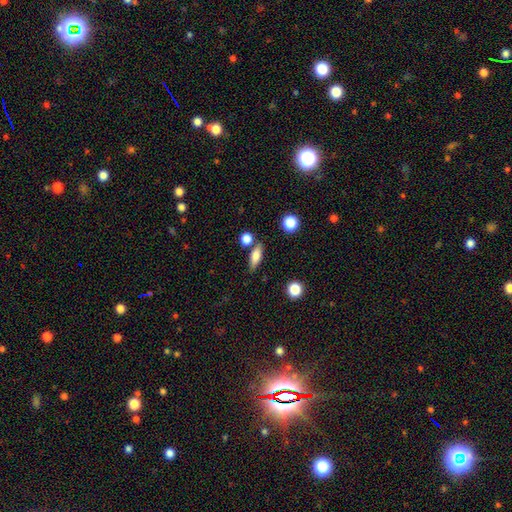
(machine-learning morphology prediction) A smooth galaxy with no disk features (69%) that is in between round and cigar-shaped (55%). Merging: none (75%).